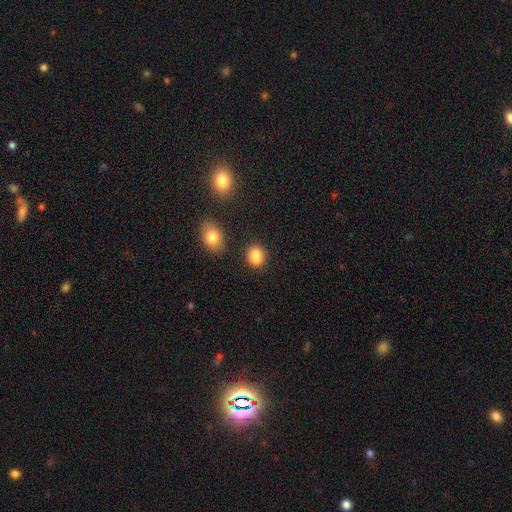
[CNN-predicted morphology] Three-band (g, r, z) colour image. It shows a smooth galaxy with no disk features (87%) that is in between round and cigar-shaped (50%). Merging: none (80%).